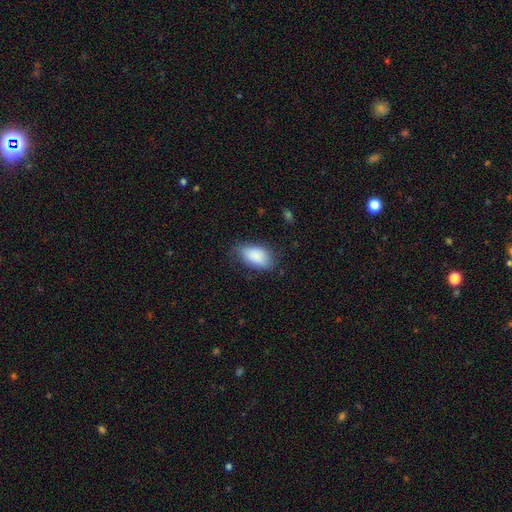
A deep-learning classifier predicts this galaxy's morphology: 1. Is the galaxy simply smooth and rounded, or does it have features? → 87% smooth, 6% featured or disk, 6% star or artifact.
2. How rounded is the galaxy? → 94% in between, 4% round, 2% cigar-shaped.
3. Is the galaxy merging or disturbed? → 66% none, 25% minor disturbance, 7% major disturbance, 1% merger.